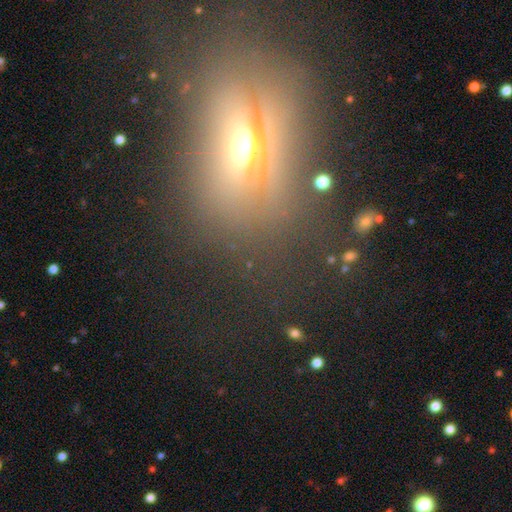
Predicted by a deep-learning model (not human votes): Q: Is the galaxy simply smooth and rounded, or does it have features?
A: featured or disk — 38%.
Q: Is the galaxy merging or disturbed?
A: none — 61%.